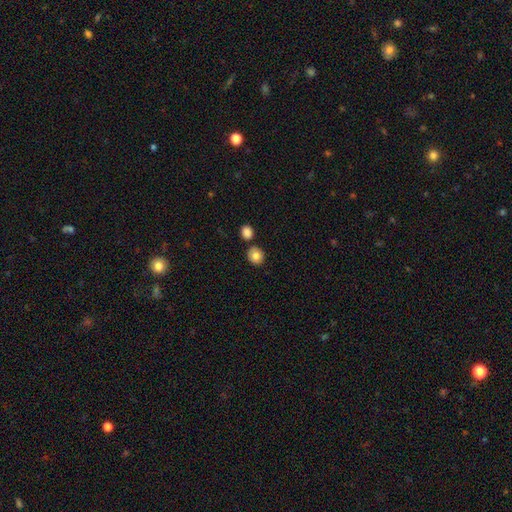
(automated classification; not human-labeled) smooth 83%, star or artifact 9%, featured or disk 8%. Down the decision tree: how rounded — round (80%); merging — none (79%).